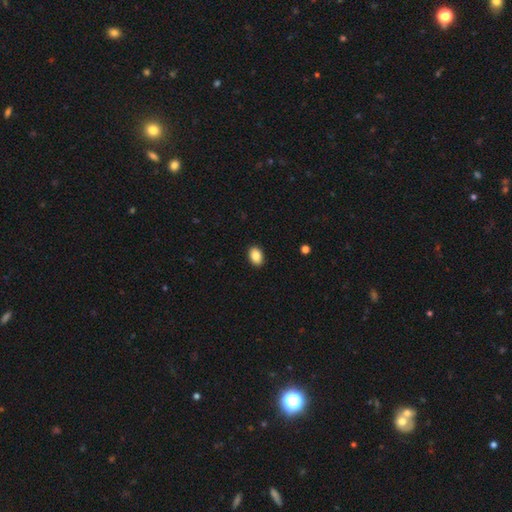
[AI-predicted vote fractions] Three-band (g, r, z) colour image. It shows a smooth galaxy with no disk features (87%) that is in between round and cigar-shaped (86%). Merging: none (90%).